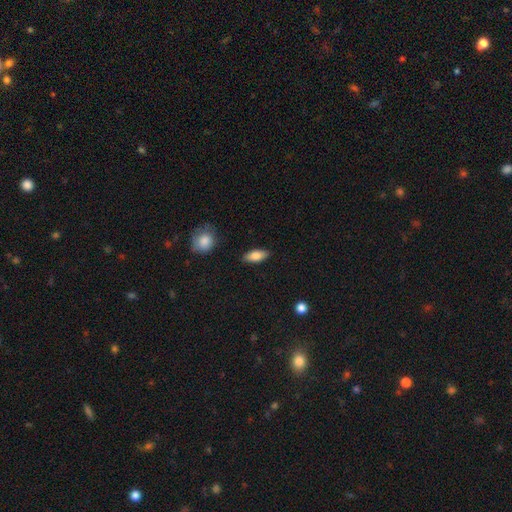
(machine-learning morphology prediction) Smooth or featured? smooth (82%)
How rounded? in between (85%)
Merging? none (87%)